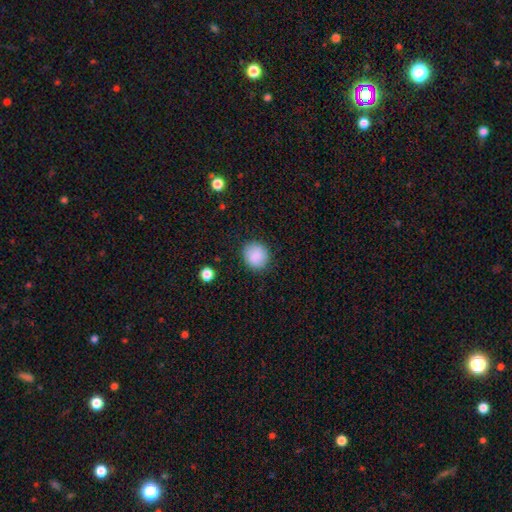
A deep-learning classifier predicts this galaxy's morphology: type=smooth (88%); roundness=round (84%); merging=none (86%).